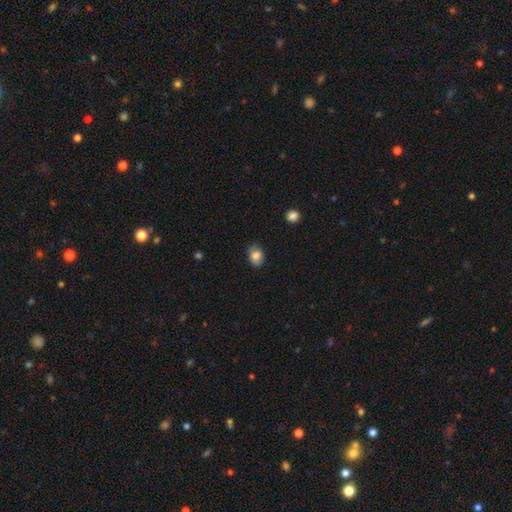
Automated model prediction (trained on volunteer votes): Smooth or featured? smooth (83%)
How rounded? in between (71%)
Merging? none (80%)